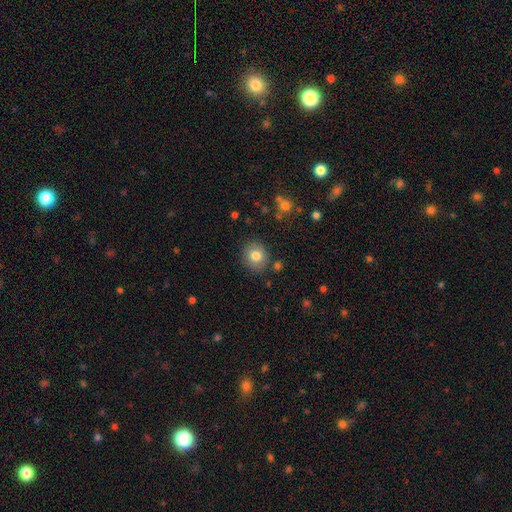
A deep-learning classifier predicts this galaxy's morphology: smooth-or-featured: smooth: 80% | featured or disk: 11% | star or artifact: 9%
  how-rounded: round: 79% | in between: 20% | cigar-shaped: 1%
  merging: none: 85% | minor disturbance: 10% | merger: 3% | major disturbance: 3%